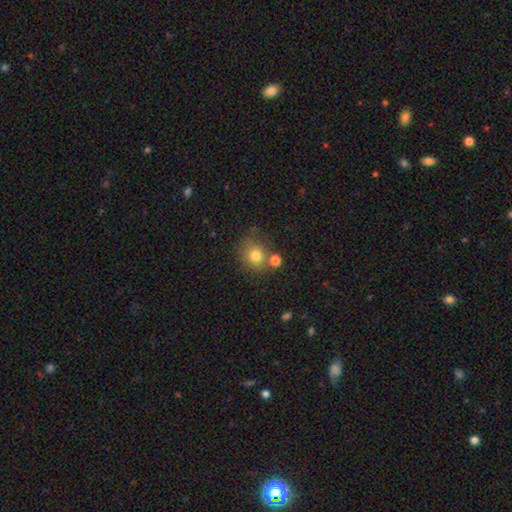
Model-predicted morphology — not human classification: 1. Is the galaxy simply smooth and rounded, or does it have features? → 77% smooth, 13% star or artifact, 10% featured or disk.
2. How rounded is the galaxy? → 81% round, 18% in between, 1% cigar-shaped.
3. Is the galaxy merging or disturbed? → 65% none, 17% merger, 13% minor disturbance, 5% major disturbance.